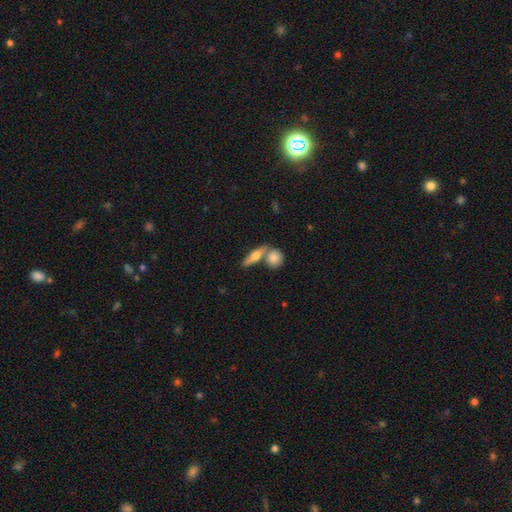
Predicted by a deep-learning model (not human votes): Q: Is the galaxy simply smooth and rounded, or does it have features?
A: smooth — 54%.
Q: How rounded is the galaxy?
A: cigar-shaped — 51%.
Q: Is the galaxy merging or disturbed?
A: none — 54%.